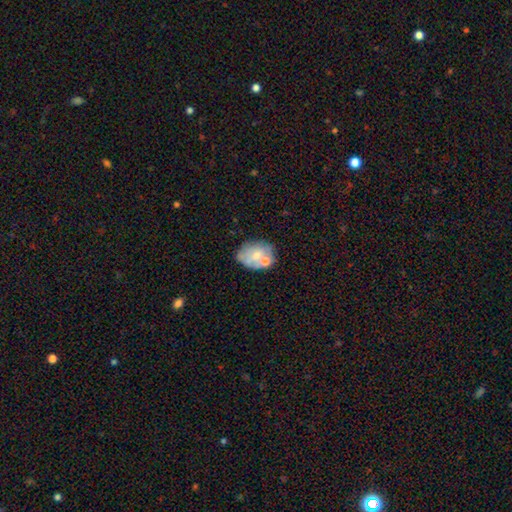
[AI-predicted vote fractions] Smooth or featured?
  - smooth: 57% *
  - featured or disk: 34%
  - star or artifact: 9%
How rounded?
  - in between: 68% *
  - round: 31%
  - cigar-shaped: 1%
Merging?
  - none: 48% *
  - merger: 22%
  - minor disturbance: 21%
  - major disturbance: 9%